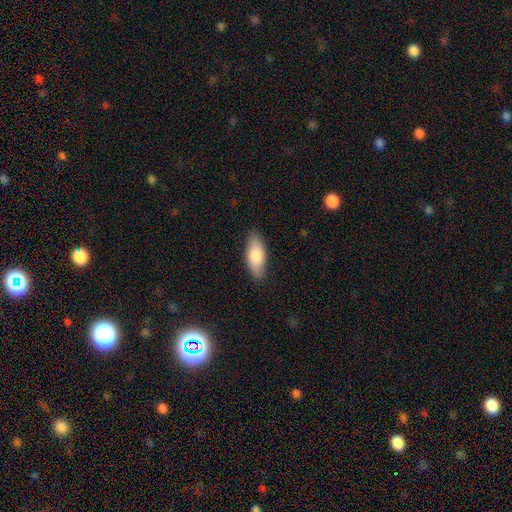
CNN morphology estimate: Q: Smooth or featured?
A: smooth (80%); runner-up: featured or disk (15%)
Q: How rounded?
A: in between (78%); runner-up: cigar-shaped (19%)
Q: Merging?
A: none (86%); runner-up: minor disturbance (11%)